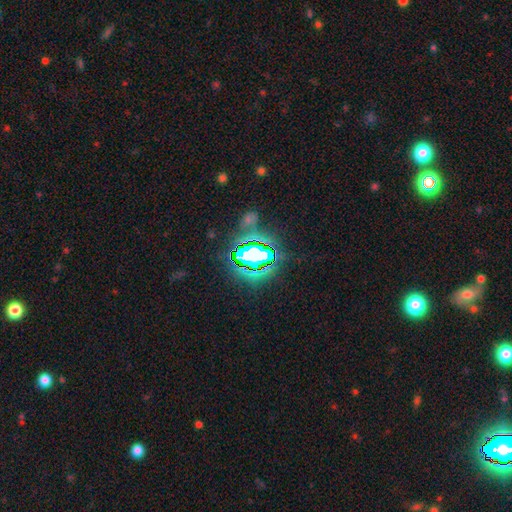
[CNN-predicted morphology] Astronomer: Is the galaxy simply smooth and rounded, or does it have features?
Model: star or artifact — 71%.